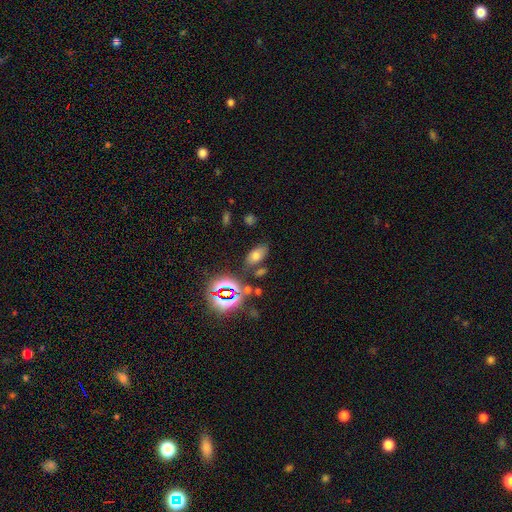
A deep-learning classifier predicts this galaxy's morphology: This is likely a smooth galaxy (63%). How rounded: clearly in between (89%). Merging: likely none (74%).